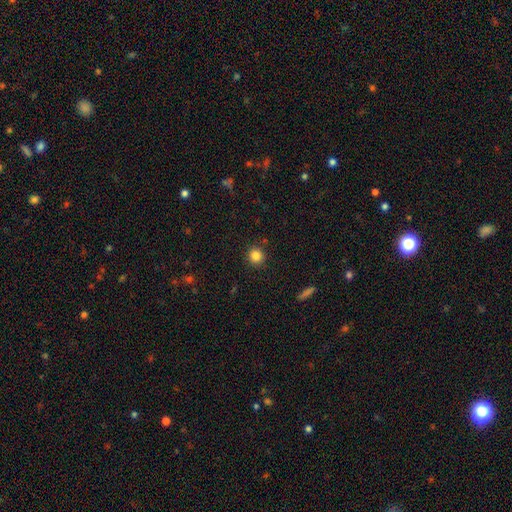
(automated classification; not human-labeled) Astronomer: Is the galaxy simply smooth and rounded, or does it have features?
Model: smooth — 84%.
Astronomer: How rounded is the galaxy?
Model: round — 92%.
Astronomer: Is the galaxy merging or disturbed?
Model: none — 91%.